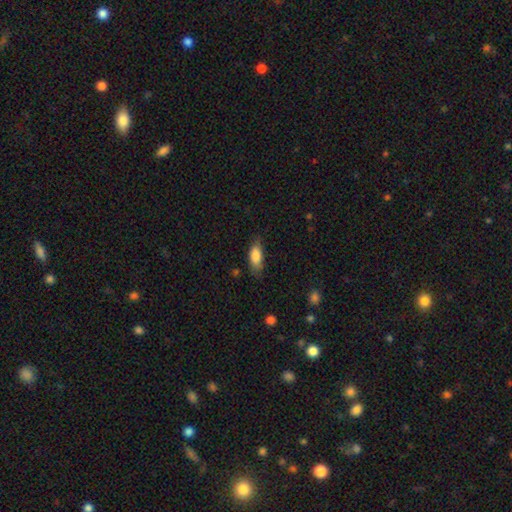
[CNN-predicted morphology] This appears to be a smooth galaxy with no disk features (83%) that is in between round and cigar-shaped (79%). Merging: none (70%).